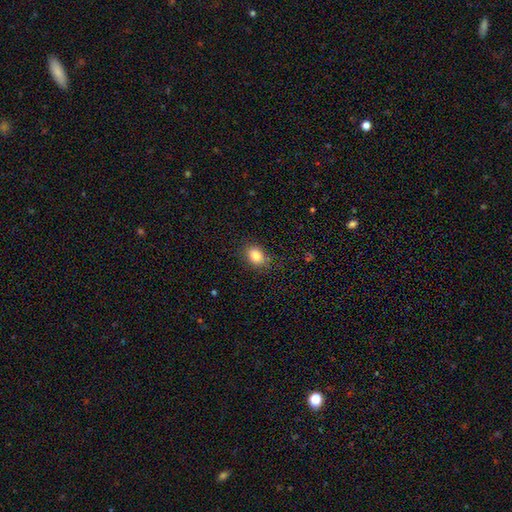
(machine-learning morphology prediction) Smooth or featured? smooth (84%)
How rounded? in between (61%)
Merging? none (83%)